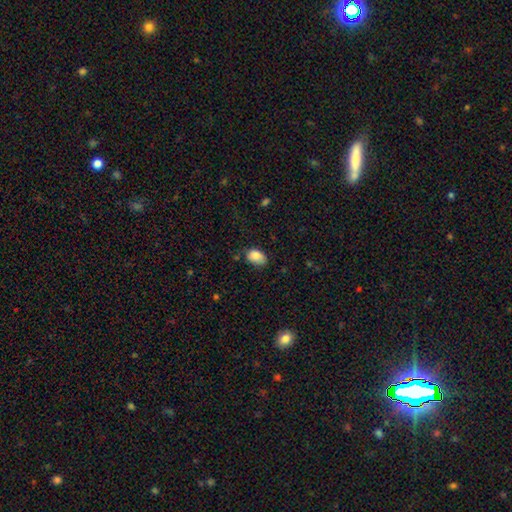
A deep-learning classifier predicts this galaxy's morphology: smooth 86%, star or artifact 8%, featured or disk 7%. Down the decision tree: how rounded — in between (85%); merging — none (63%).